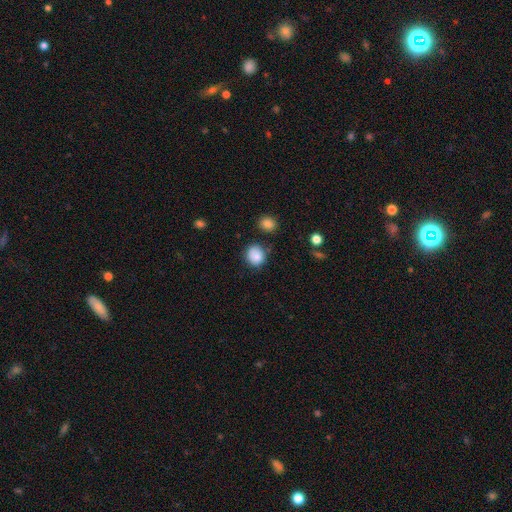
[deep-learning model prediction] Q: Smooth or featured?
A: smooth (86%); runner-up: star or artifact (9%)
Q: How rounded?
A: round (78%); runner-up: in between (21%)
Q: Merging?
A: none (75%); runner-up: minor disturbance (16%)